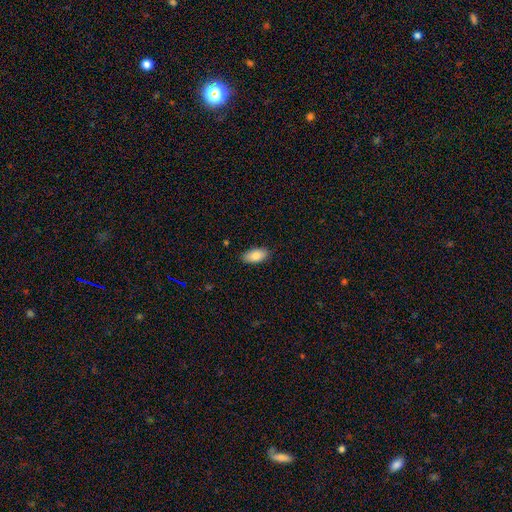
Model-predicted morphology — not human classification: Smooth or featured: smooth — 85% (featured or disk — 8%)
How rounded: in between — 92% (cigar-shaped — 5%)
Merging: none — 86% (minor disturbance — 11%)